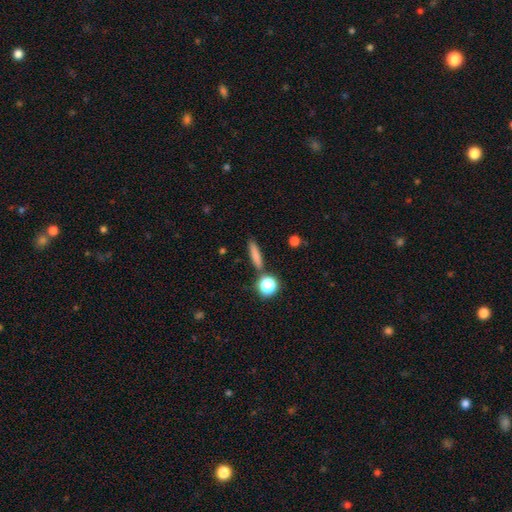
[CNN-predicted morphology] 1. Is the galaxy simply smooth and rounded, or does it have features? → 79% smooth, 11% featured or disk, 10% star or artifact.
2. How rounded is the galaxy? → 74% cigar-shaped, 15% in between, 10% round.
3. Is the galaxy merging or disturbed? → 82% none, 9% minor disturbance, 7% merger, 3% major disturbance.